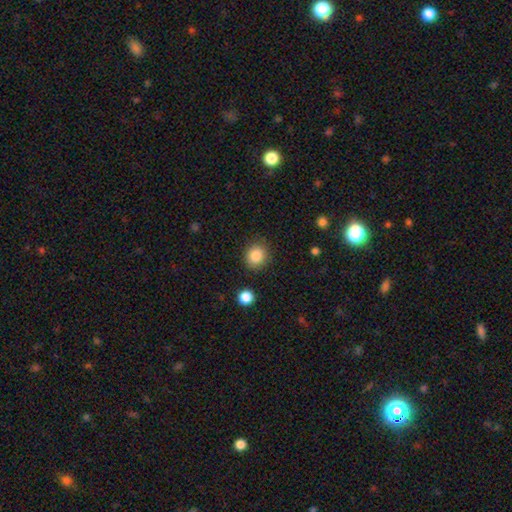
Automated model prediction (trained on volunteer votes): smooth_or_featured: smooth (p=0.86) [alt: star or artifact p=0.10]
how_rounded: round (p=0.82) [alt: in between p=0.17]
merging: none (p=0.88) [alt: minor disturbance p=0.08]